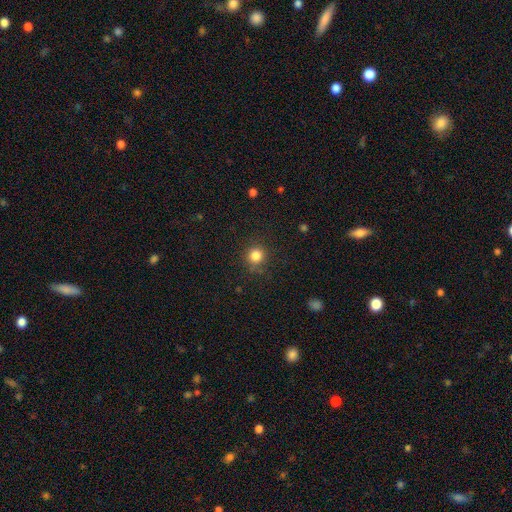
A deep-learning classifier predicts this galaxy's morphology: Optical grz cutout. It shows a smooth galaxy with no disk features (83%) that is round (92%). Merging: none (85%).